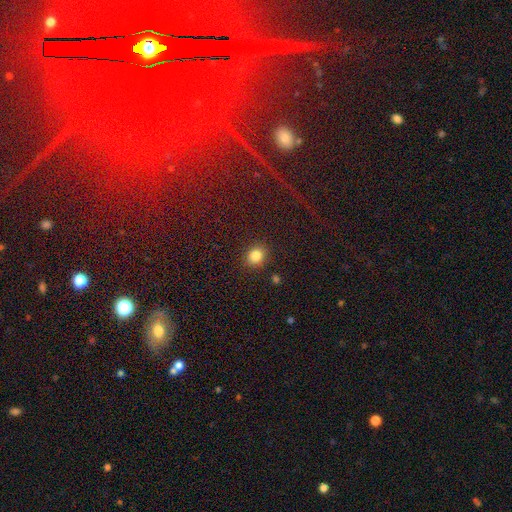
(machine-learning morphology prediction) This is clearly a smooth galaxy (84%). How rounded: likely round (73%). Merging: clearly none (87%).